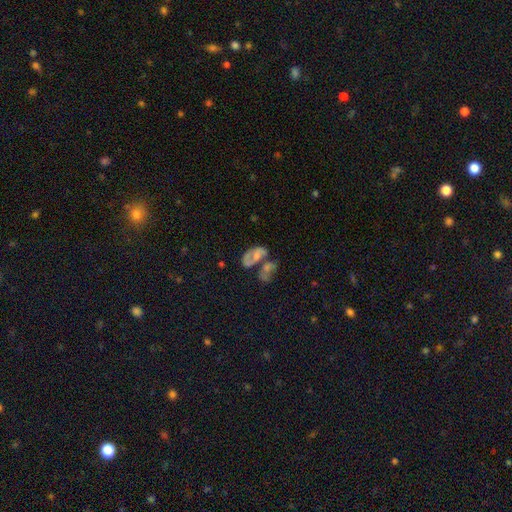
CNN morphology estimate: Smooth or featured?
  - featured or disk: 45% *
  - smooth: 44%
  - star or artifact: 11%
Merging?
  - merger: 54% *
  - none: 20%
  - major disturbance: 15%
  - minor disturbance: 11%